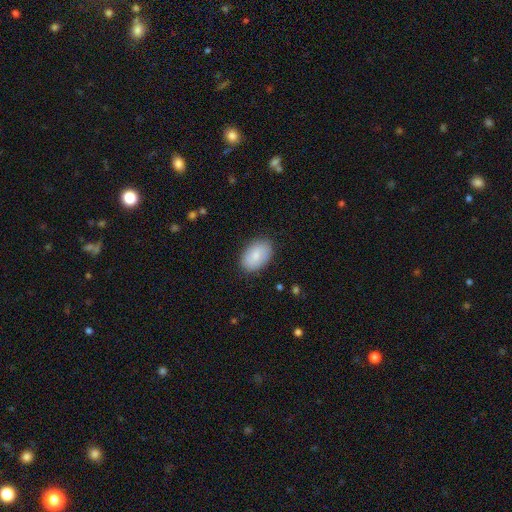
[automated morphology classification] smooth_or_featured: smooth (p=0.78) [alt: featured or disk p=0.16]
how_rounded: in between (p=0.91) [alt: round p=0.07]
merging: none (p=0.84) [alt: minor disturbance p=0.12]